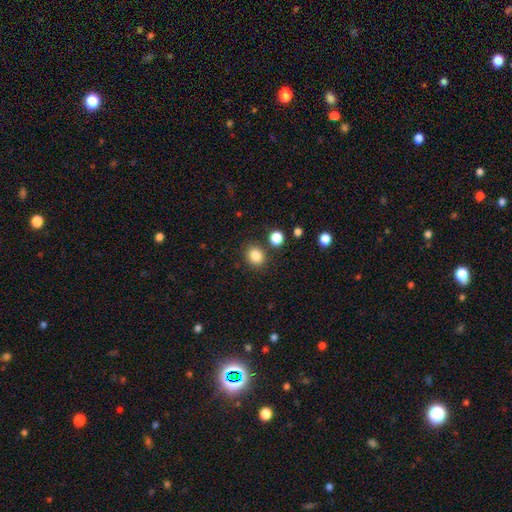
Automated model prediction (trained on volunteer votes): The model was most divided on "how rounded": round: 75%, in between: 24%, cigar-shaped: 1%. More confident: smooth or featured — smooth (85%); merging — none (83%).